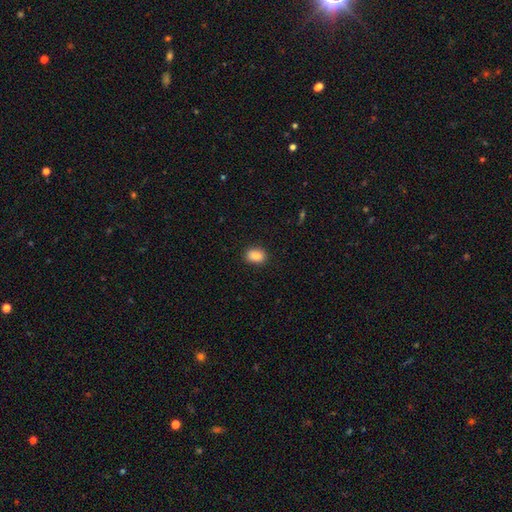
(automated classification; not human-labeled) This appears to be a smooth galaxy with no disk features (86%) that is in between round and cigar-shaped (73%). Merging: none (89%).